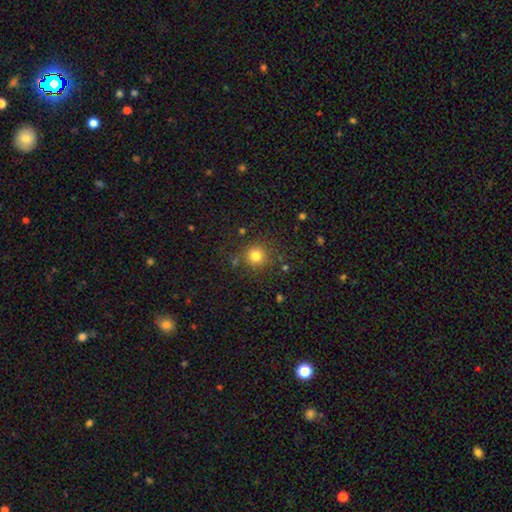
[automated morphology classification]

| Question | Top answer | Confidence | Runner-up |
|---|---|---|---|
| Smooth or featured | smooth | 80% | star or artifact (14%) |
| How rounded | round | 94% | in between (5%) |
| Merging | none | 84% | minor disturbance (9%) |